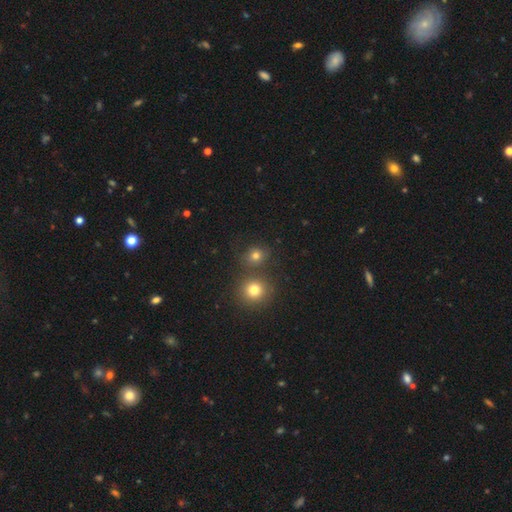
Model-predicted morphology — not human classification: This is likely a smooth galaxy (73%). How rounded: clearly round (82%). Merging: likely none (70%).